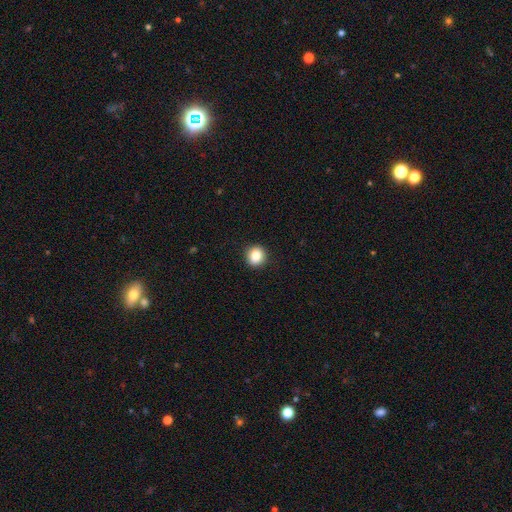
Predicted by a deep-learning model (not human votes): Smooth or featured? smooth (86%)
How rounded? round (87%)
Merging? none (92%)